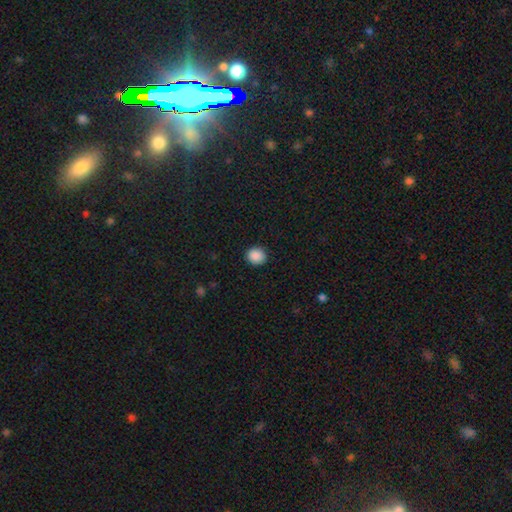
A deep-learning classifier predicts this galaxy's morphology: smooth_or_featured: smooth (p=0.89) [alt: star or artifact p=0.09]
how_rounded: round (p=0.81) [alt: in between p=0.18]
merging: none (p=0.91) [alt: minor disturbance p=0.07]